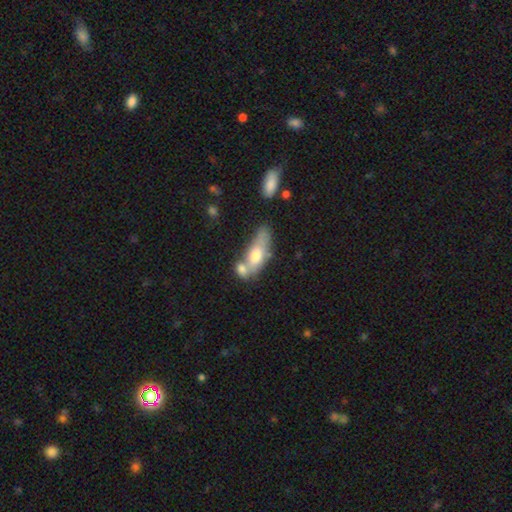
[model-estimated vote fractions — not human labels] This appears to be a smooth galaxy with no disk features (64%) that is in between round and cigar-shaped (67%). Merging: merger (46%).